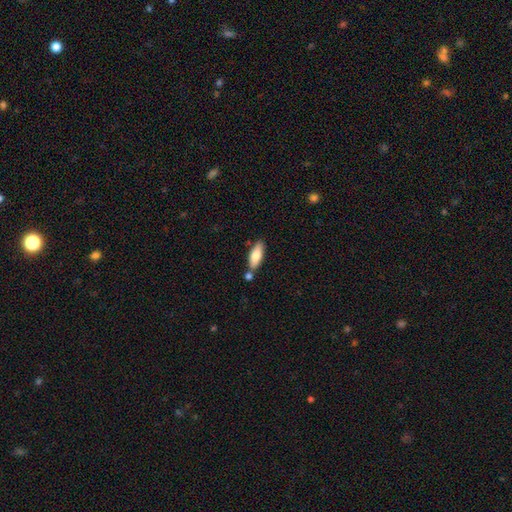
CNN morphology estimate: A smooth galaxy with no disk features (77%) that is in between round and cigar-shaped (70%).

Vote fractions:
- Smooth or featured? smooth: 77% / featured or disk: 17% / star or artifact: 6%
- How rounded? in between: 70% / cigar-shaped: 28% / round: 2%
- Merging? none: 69% / merger: 15% / minor disturbance: 14% / major disturbance: 3%